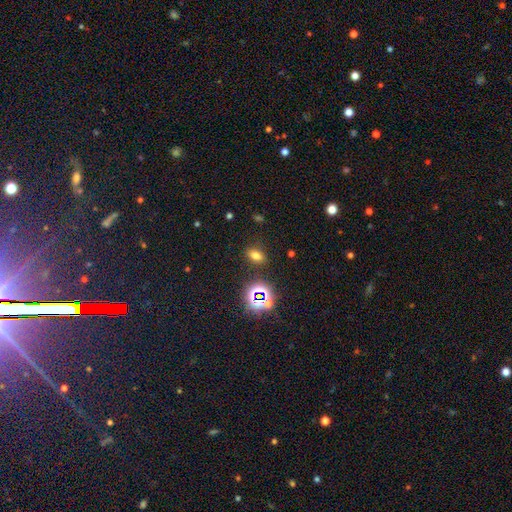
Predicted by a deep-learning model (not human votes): This is likely a smooth galaxy (64%). How rounded: likely in between (79%). Merging: clearly none (85%).